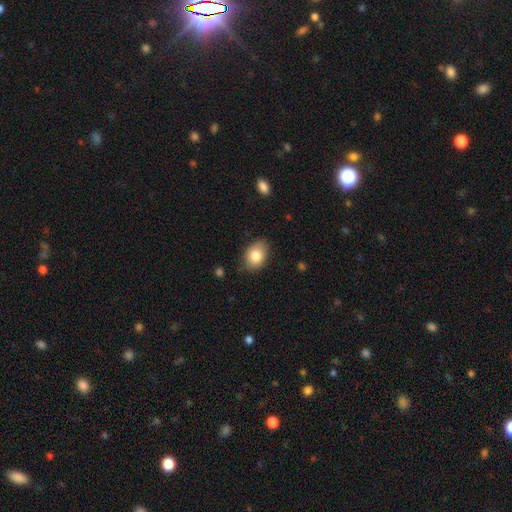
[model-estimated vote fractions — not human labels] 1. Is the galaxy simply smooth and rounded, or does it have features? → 83% smooth, 10% featured or disk, 8% star or artifact.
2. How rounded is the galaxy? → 80% in between, 19% round, 1% cigar-shaped.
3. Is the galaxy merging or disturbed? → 83% none, 13% minor disturbance, 3% major disturbance, 1% merger.